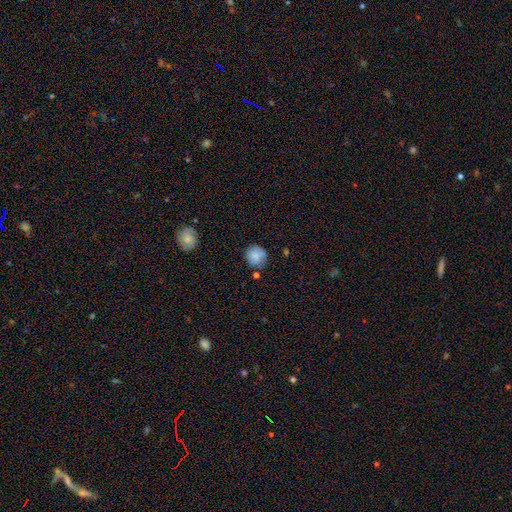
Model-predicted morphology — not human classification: This is clearly a smooth galaxy (82%). How rounded: clearly round (88%). Merging: likely none (71%).